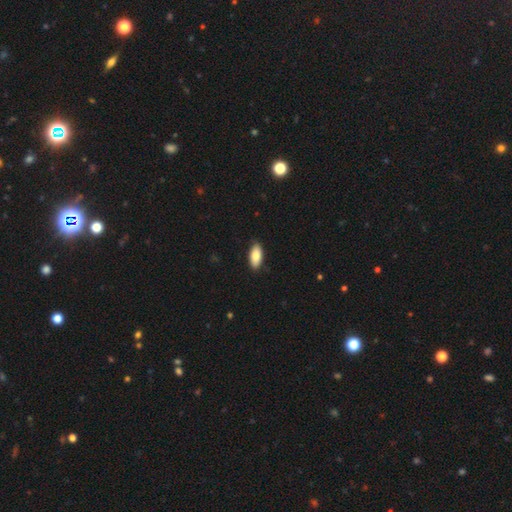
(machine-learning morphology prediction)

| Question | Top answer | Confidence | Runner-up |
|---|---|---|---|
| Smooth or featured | smooth | 82% | featured or disk (12%) |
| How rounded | in between | 89% | cigar-shaped (9%) |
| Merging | none | 88% | minor disturbance (9%) |